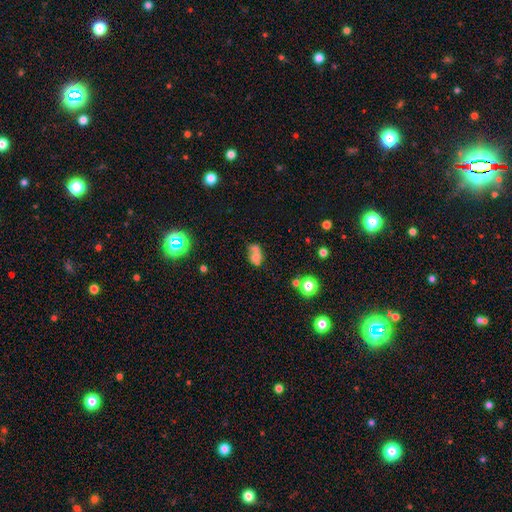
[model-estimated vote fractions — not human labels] The model was most divided on "how rounded": in between: 55%, round: 44%, cigar-shaped: 2%. More confident: smooth or featured — smooth (56%); merging — merger (53%).